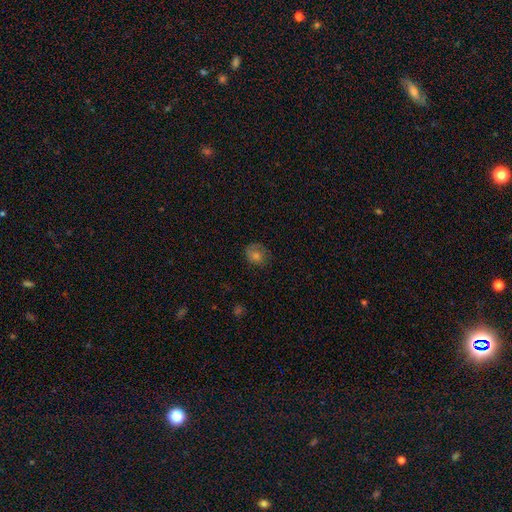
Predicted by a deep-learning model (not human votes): A smooth galaxy with no disk features (52%) that is round (63%).

Vote fractions:
- Smooth or featured? smooth: 52% / featured or disk: 32% / star or artifact: 16%
- How rounded? round: 63% / in between: 36% / cigar-shaped: 1%
- Merging? none: 70% / minor disturbance: 19% / major disturbance: 9% / merger: 1%